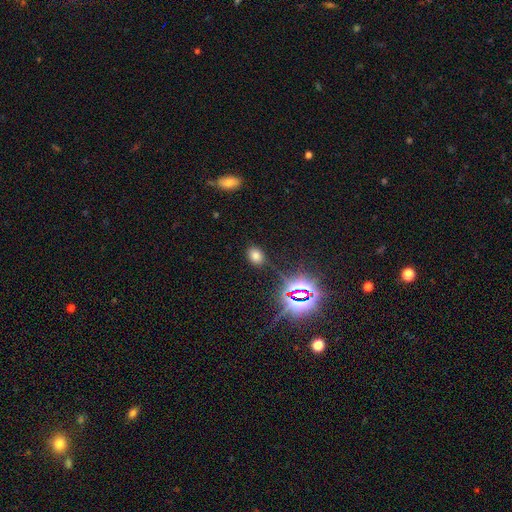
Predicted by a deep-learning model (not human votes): smooth 67%, star or artifact 26%, featured or disk 7%. Down the decision tree: how rounded — in between (63%); merging — none (83%).